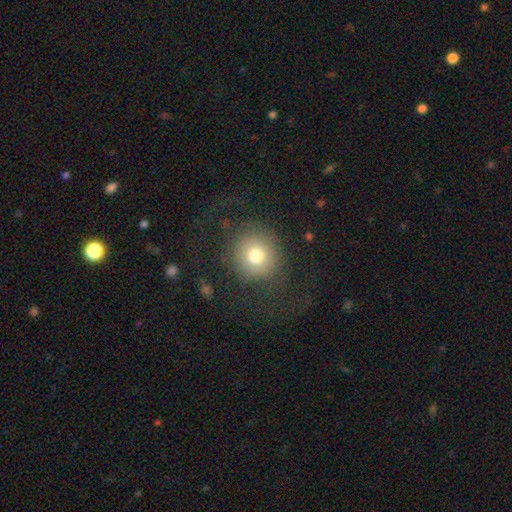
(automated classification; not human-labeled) A smooth galaxy with no disk features (74%) that is round (91%).

Vote fractions:
- Smooth or featured? smooth: 74% / featured or disk: 14% / star or artifact: 13%
- How rounded? round: 91% / in between: 8% / cigar-shaped: 1%
- Merging? none: 74% / major disturbance: 14% / minor disturbance: 10% / merger: 1%